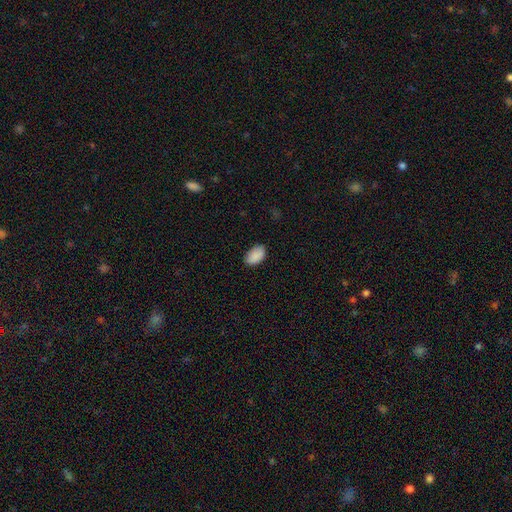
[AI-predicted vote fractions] smooth_or_featured: smooth (p=0.90) [alt: star or artifact p=0.07]
how_rounded: in between (p=0.93) [alt: round p=0.05]
merging: none (p=0.82) [alt: minor disturbance p=0.14]